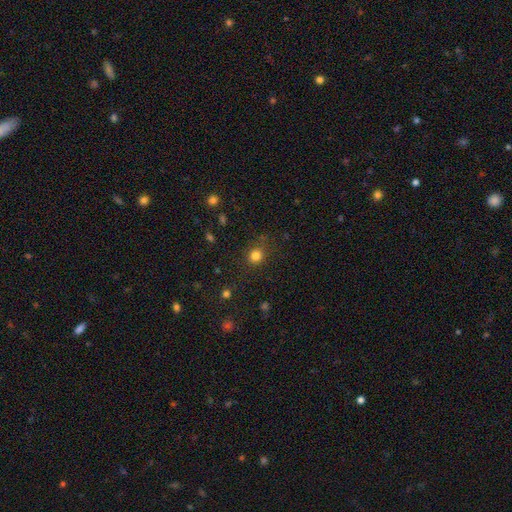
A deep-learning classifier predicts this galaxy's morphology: Smooth or featured? smooth (81%)
How rounded? round (86%)
Merging? none (83%)